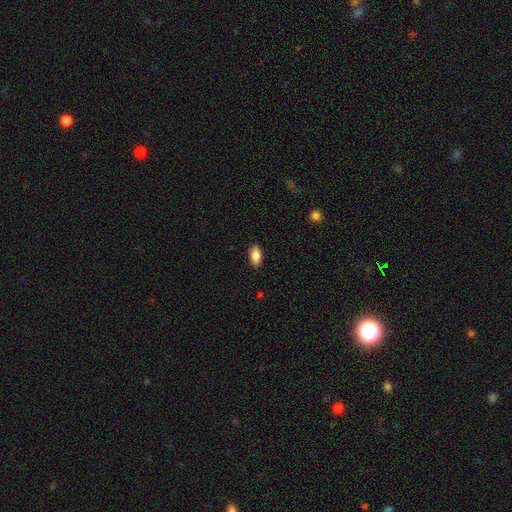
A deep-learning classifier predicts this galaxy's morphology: Smooth or featured: smooth — 86% (featured or disk — 7%)
How rounded: in between — 90% (cigar-shaped — 7%)
Merging: none — 88% (minor disturbance — 9%)